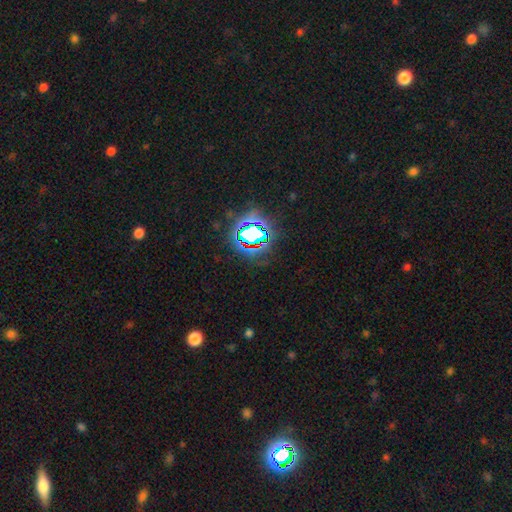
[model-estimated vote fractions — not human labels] Overall: star or artifact (81%).